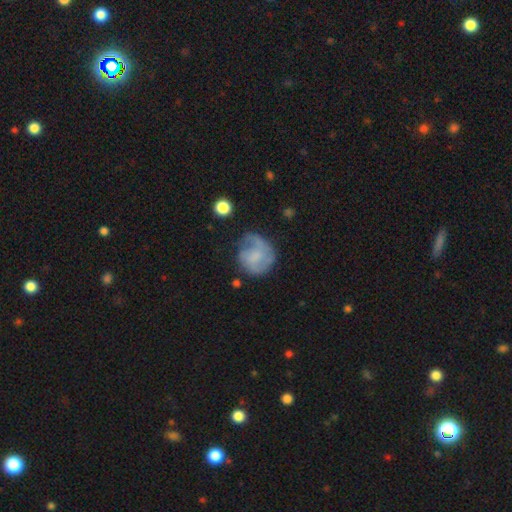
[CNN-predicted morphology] This appears to be a featured or disk galaxy (47%). Merging: none (50%).